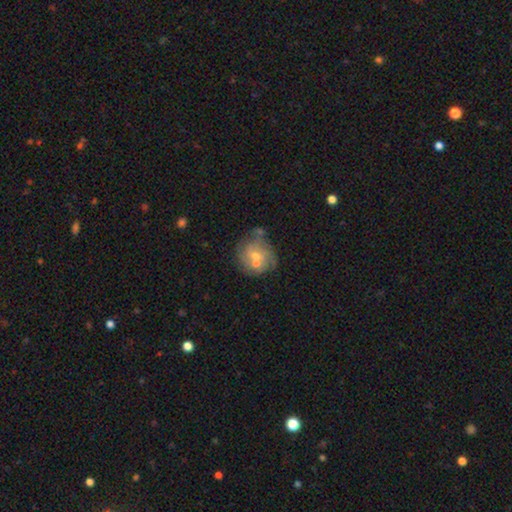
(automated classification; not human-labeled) This is possibly a featured or disk galaxy (54%). It is clearly not viewed edge-on (97%). Bar: likely no (67%). Spiral arm pattern: likely yes (61%). Central bulge: possibly small (51%). Merging: marginally none (42%).